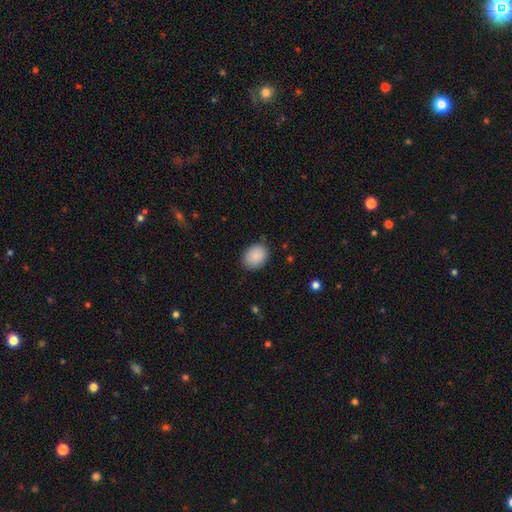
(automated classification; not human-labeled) smooth_or_featured: smooth (p=0.89) [alt: star or artifact p=0.07]
how_rounded: in between (p=0.60) [alt: round p=0.39]
merging: none (p=0.84) [alt: minor disturbance p=0.12]